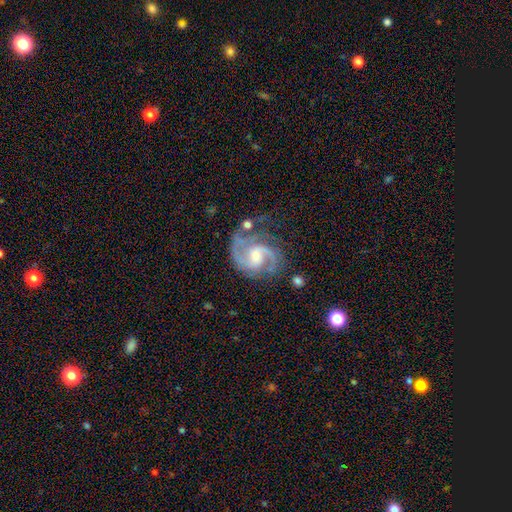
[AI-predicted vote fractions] This appears to be a featured or disk galaxy (92%) with a weak bar (52%), 2 (87%) medium (60%) spiral arms (98%) and a moderate central bulge (48%). Merging: none (64%).